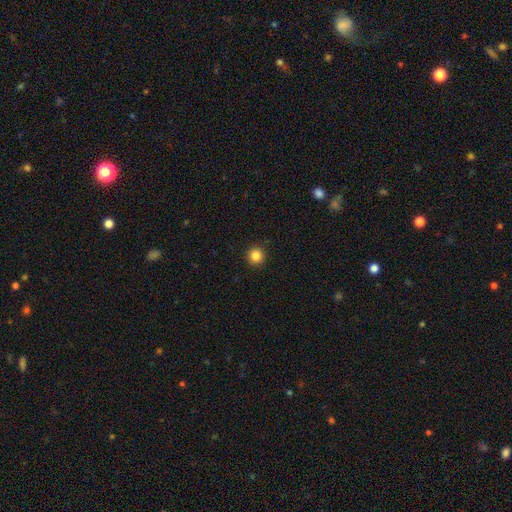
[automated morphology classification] Overall: smooth (85%). How rounded: round (95%). Merging: none (93%).